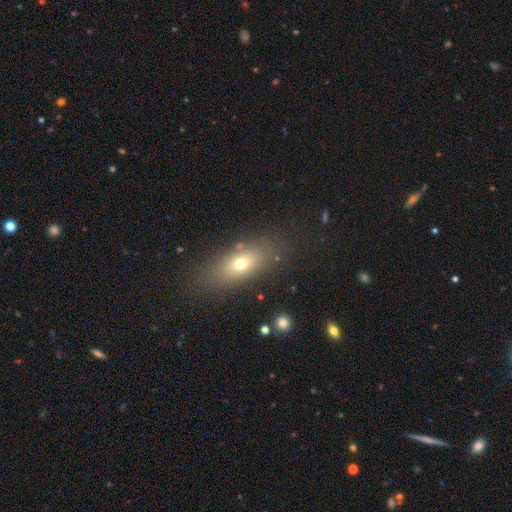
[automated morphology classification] Smooth or featured? Predicted: smooth (p=0.60). How rounded? Predicted: in between (p=0.67). Merging? Predicted: none (p=0.84).